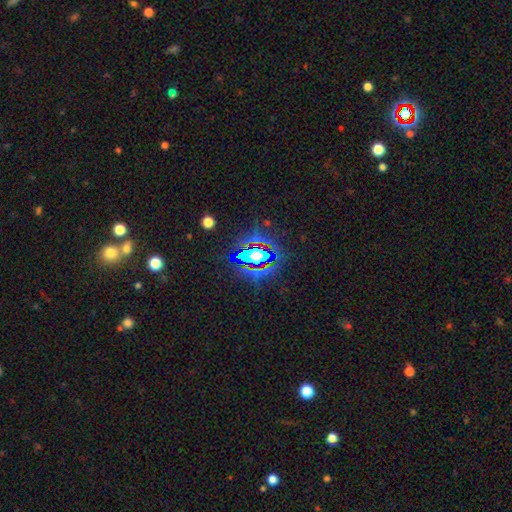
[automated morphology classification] A star or artifact, not a galaxy (64%).